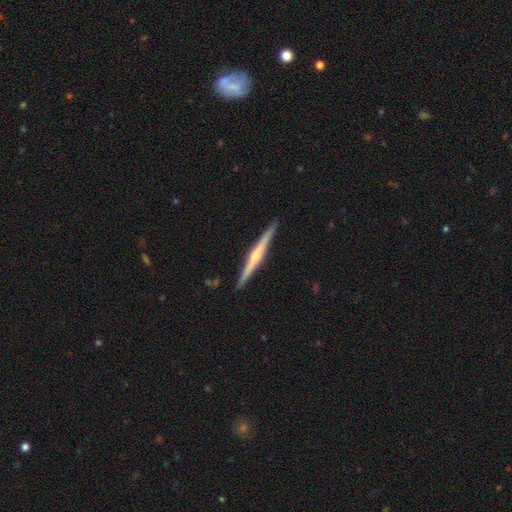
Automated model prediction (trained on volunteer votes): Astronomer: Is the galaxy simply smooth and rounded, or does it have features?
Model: featured or disk — 75%.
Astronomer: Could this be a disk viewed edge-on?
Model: yes — 98%.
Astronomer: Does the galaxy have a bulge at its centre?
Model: rounded — 72%.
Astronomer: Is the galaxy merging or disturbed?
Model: none — 91%.